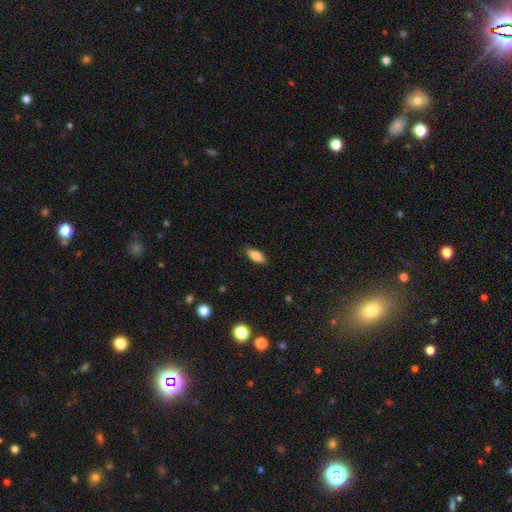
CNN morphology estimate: The model was most divided on "how rounded": in between: 80%, cigar-shaped: 17%, round: 3%. More confident: merging — none (86%); smooth or featured — smooth (82%).